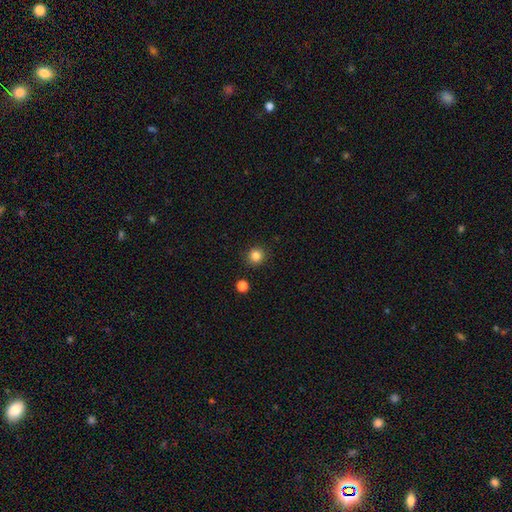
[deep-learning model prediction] Smooth or featured?
  - smooth: 84% *
  - star or artifact: 12%
  - featured or disk: 4%
How rounded?
  - round: 92% *
  - in between: 7%
  - cigar-shaped: 1%
Merging?
  - none: 90% *
  - minor disturbance: 6%
  - major disturbance: 2%
  - merger: 2%